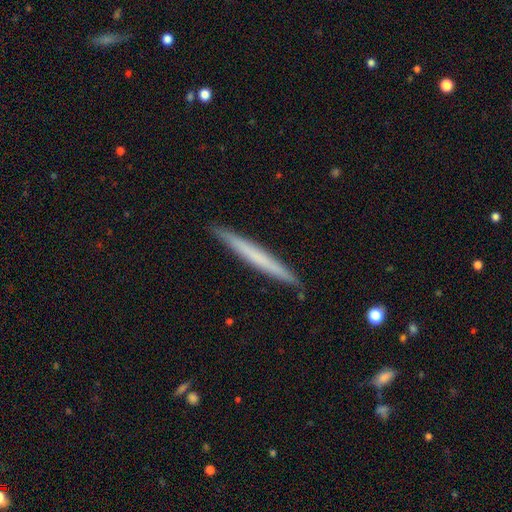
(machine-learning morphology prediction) This appears to be a smooth galaxy with no disk features (56%) that is cigar-shaped (97%). Merging: none (91%).